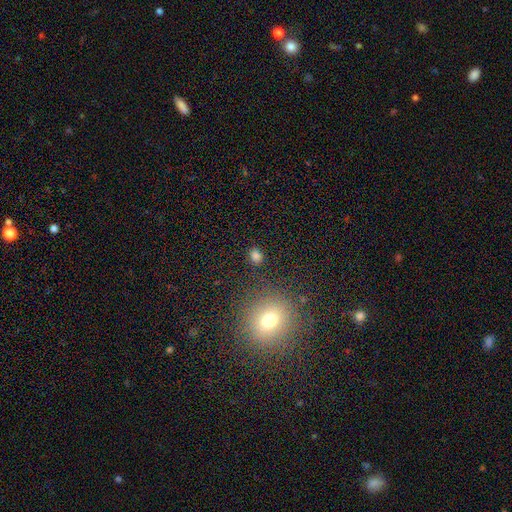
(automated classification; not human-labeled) This appears to be a smooth galaxy with no disk features (80%) that is round (50%). Merging: none (83%).